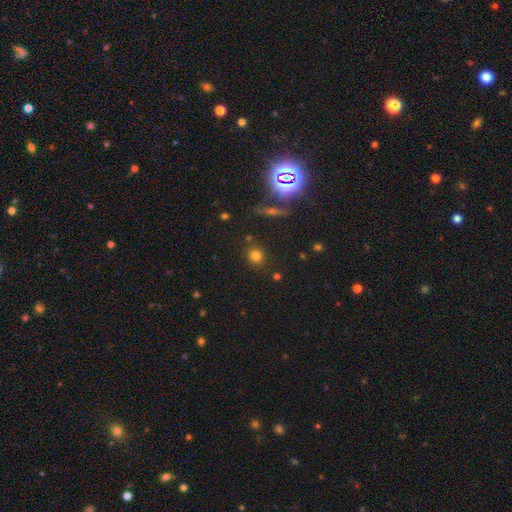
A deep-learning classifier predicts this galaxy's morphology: Smooth or featured?
  - smooth: 75% *
  - star or artifact: 17%
  - featured or disk: 8%
How rounded?
  - round: 86% *
  - in between: 12%
  - cigar-shaped: 2%
Merging?
  - none: 84% *
  - minor disturbance: 8%
  - merger: 4%
  - major disturbance: 3%